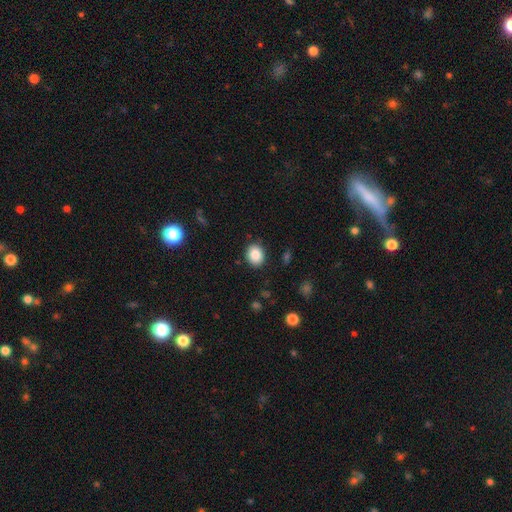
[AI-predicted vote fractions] Smooth or featured? smooth (87%)
How rounded? round (54%)
Merging? none (87%)